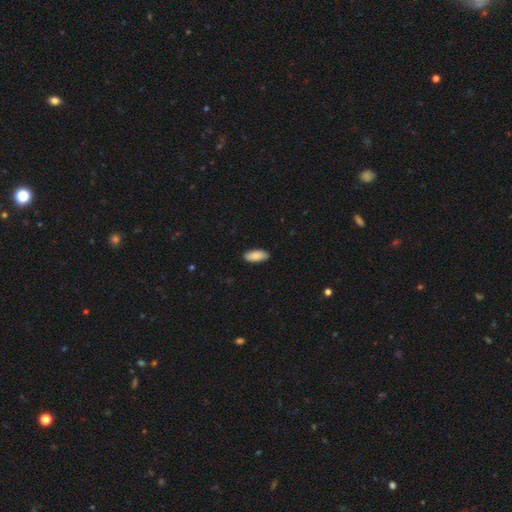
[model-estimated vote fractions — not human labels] smooth-or-featured: smooth: 88% | featured or disk: 7% | star or artifact: 6%
  how-rounded: in between: 86% | cigar-shaped: 13% | round: 2%
  merging: none: 90% | minor disturbance: 8% | major disturbance: 1% | merger: 1%